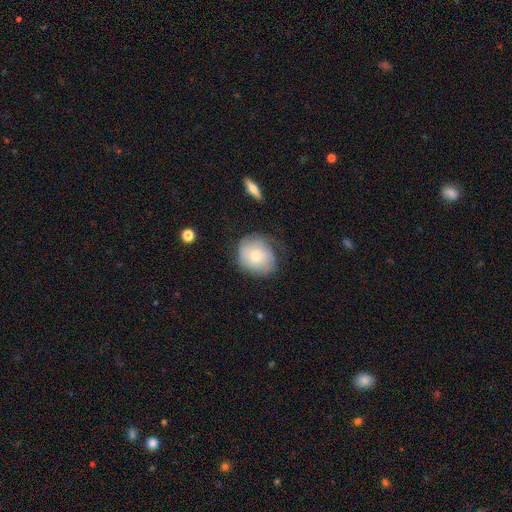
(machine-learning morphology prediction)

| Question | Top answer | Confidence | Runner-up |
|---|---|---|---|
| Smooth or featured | smooth | 61% | featured or disk (32%) |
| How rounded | round | 71% | in between (28%) |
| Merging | none | 63% | minor disturbance (25%) |